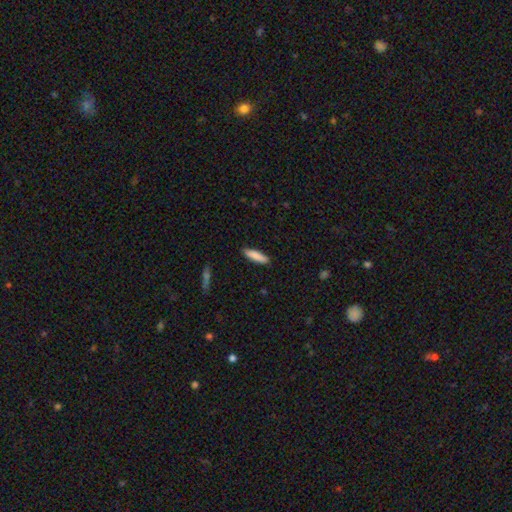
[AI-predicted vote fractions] A smooth galaxy with no disk features (87%) that is cigar-shaped (71%).

Vote fractions:
- Smooth or featured? smooth: 87% / featured or disk: 7% / star or artifact: 6%
- How rounded? cigar-shaped: 71% / in between: 28% / round: 1%
- Merging? none: 89% / minor disturbance: 8% / major disturbance: 2% / merger: 1%